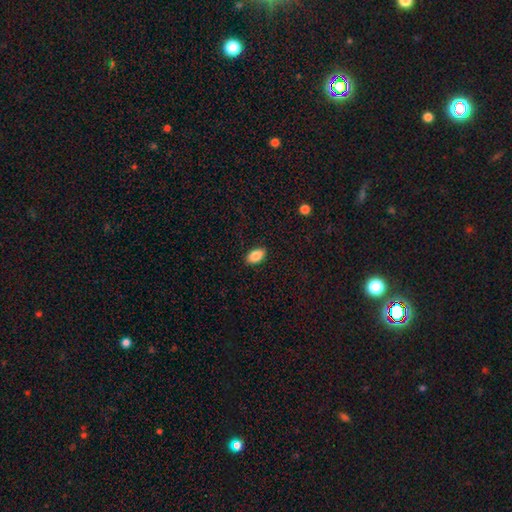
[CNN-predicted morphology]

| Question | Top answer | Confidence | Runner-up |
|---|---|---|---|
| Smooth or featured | smooth | 87% | star or artifact (8%) |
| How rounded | in between | 92% | round (6%) |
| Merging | none | 89% | minor disturbance (8%) |